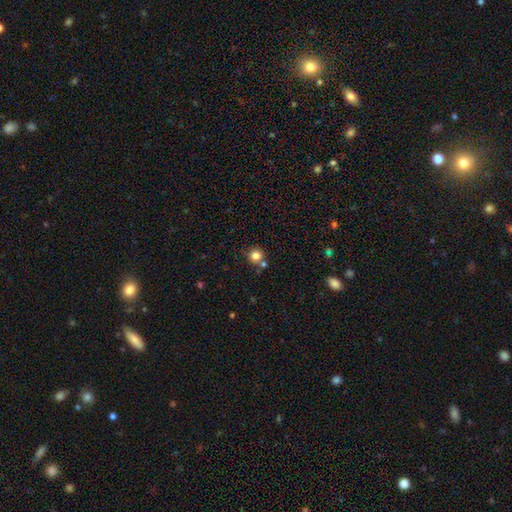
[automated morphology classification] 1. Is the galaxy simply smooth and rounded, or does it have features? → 80% smooth, 13% star or artifact, 7% featured or disk.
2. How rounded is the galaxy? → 89% round, 10% in between, 1% cigar-shaped.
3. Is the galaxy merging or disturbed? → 67% none, 18% merger, 12% minor disturbance, 4% major disturbance.